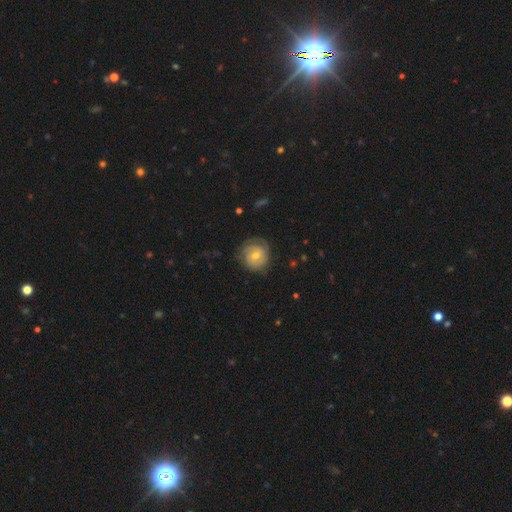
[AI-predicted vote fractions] Morphology: type=featured or disk (47%); merging=none (67%).